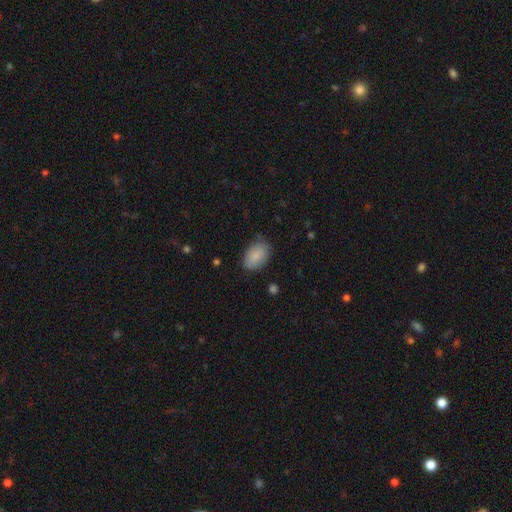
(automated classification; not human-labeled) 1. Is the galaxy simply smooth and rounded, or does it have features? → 86% smooth, 7% featured or disk, 7% star or artifact.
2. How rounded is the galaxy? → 89% in between, 9% round, 1% cigar-shaped.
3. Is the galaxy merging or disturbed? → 77% none, 18% minor disturbance, 4% major disturbance, 1% merger.